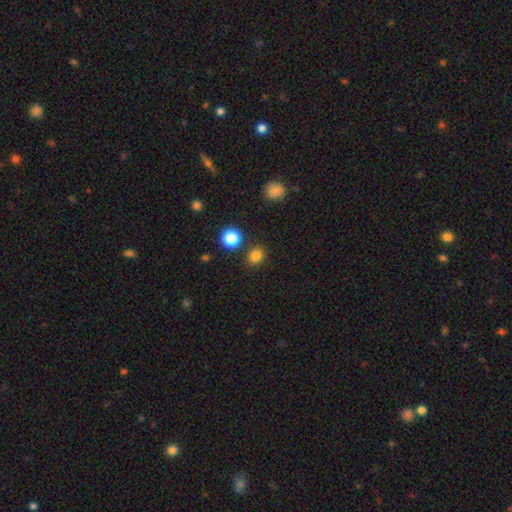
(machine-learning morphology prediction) Smooth or featured? smooth (80%)
How rounded? round (73%)
Merging? none (84%)